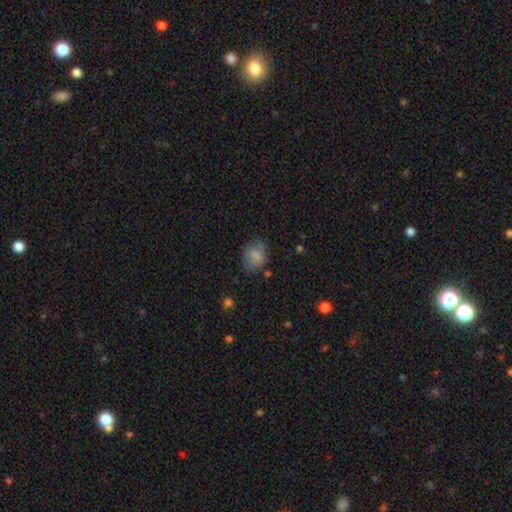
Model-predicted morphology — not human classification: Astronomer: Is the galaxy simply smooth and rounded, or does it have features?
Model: smooth — 77%.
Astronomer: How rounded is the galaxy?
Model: round — 51% (runner-up: in between, 48%).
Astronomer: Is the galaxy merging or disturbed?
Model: none — 59%.